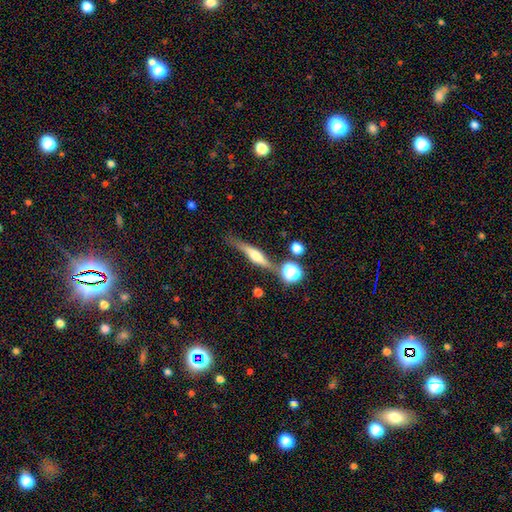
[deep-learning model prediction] smooth-or-featured: featured or disk: 63% | smooth: 29% | star or artifact: 8%
  disk-edge-on: yes: 93% | no: 7%
    edge-on-bulge: rounded: 86% | boxy: 10% | none: 5%
  merging: none: 69% | minor disturbance: 16% | merger: 10% | major disturbance: 5%